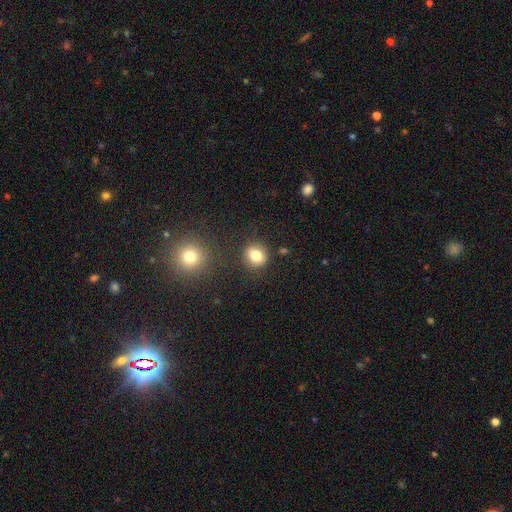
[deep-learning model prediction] Smooth or featured?
  - smooth: 80% *
  - star or artifact: 11%
  - featured or disk: 9%
How rounded?
  - round: 79% *
  - in between: 20%
  - cigar-shaped: 1%
Merging?
  - none: 85% *
  - minor disturbance: 9%
  - merger: 3%
  - major disturbance: 3%